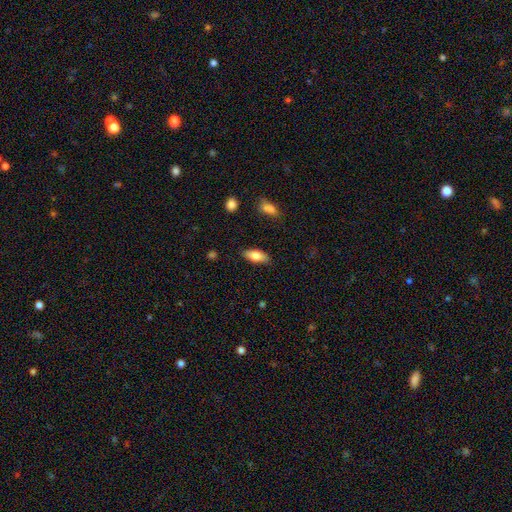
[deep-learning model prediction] This appears to be a smooth galaxy with no disk features (78%) that is in between round and cigar-shaped (82%). Merging: none (84%).